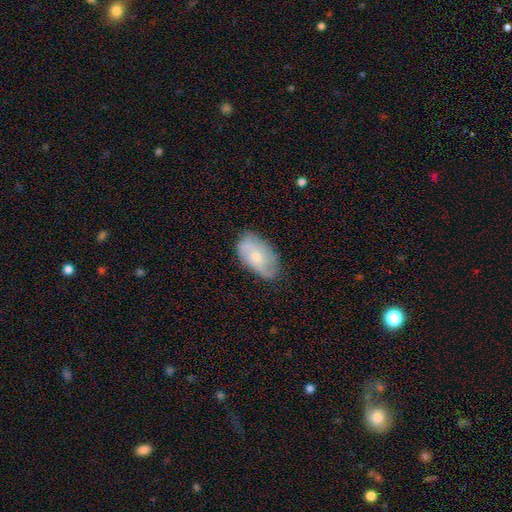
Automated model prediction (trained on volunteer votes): This is possibly a smooth galaxy (52%). How rounded: clearly in between (93%). Merging: likely none (72%).